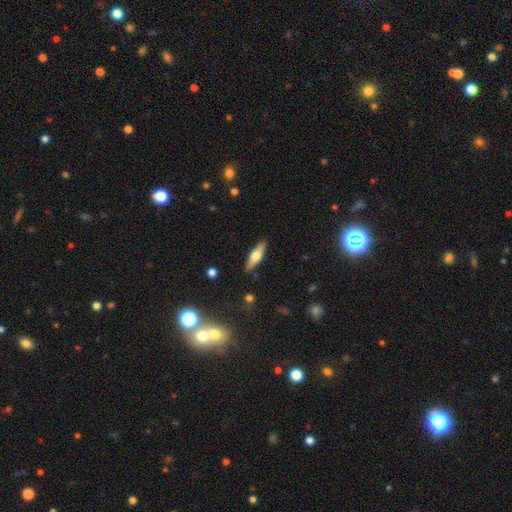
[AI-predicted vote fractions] Smooth or featured?
  - featured or disk: 48% *
  - smooth: 46%
  - star or artifact: 6%
Merging?
  - none: 88% *
  - minor disturbance: 8%
  - major disturbance: 2%
  - merger: 1%